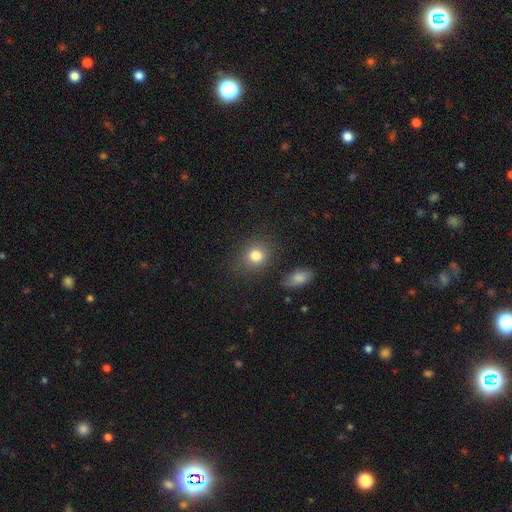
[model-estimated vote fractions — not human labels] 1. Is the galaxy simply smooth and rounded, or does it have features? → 81% smooth, 11% star or artifact, 7% featured or disk.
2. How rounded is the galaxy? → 69% round, 30% in between, 1% cigar-shaped.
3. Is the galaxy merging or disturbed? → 80% none, 12% minor disturbance, 4% merger, 4% major disturbance.